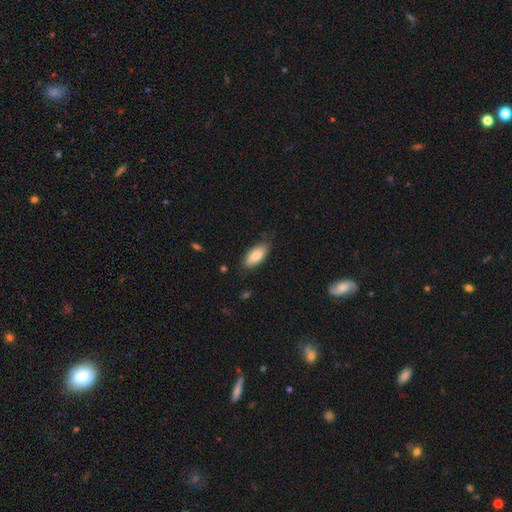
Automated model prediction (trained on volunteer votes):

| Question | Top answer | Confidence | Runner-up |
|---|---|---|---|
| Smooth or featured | smooth | 83% | featured or disk (11%) |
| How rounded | in between | 88% | cigar-shaped (10%) |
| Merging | none | 77% | minor disturbance (19%) |